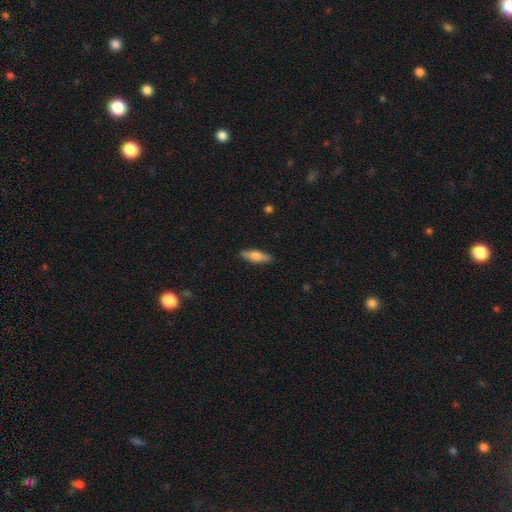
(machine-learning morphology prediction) This appears to be a smooth galaxy with no disk features (64%) that is cigar-shaped (62%). Merging: none (89%).